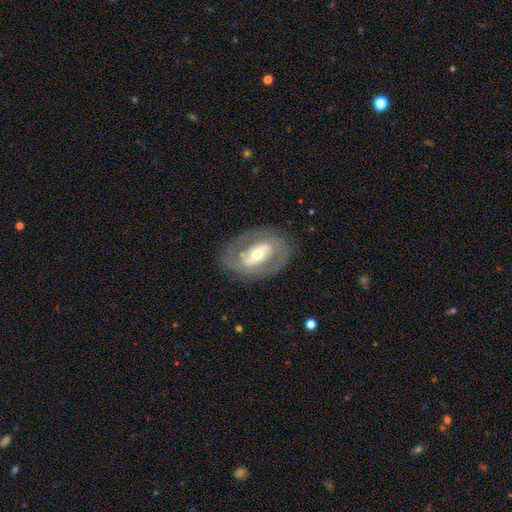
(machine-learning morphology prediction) Smooth or featured? featured or disk (78%)
Edge-on disk? no (93%)
Bar? strong (46%)
Spiral arms? yes (69%)
Spiral winding? tight (47%)
Spiral arm count? 2 (75%)
Bulge size? moderate (58%)
Merging? none (80%)